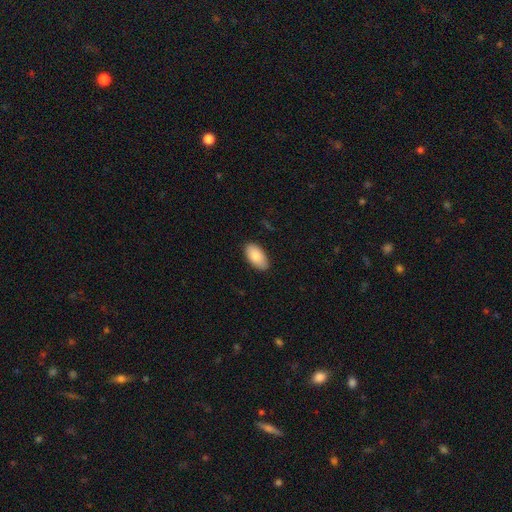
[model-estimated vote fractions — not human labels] Smooth or featured: smooth — 84% (featured or disk — 9%)
How rounded: in between — 96% (round — 3%)
Merging: none — 87% (minor disturbance — 10%)